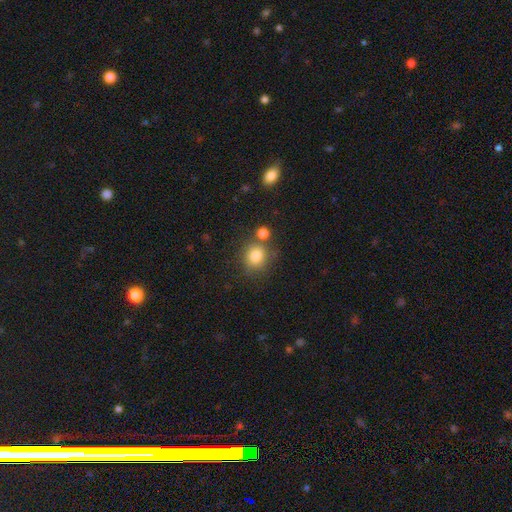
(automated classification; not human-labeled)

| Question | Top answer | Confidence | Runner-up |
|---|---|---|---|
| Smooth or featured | smooth | 81% | star or artifact (12%) |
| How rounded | round | 83% | in between (16%) |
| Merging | none | 71% | merger (13%) |